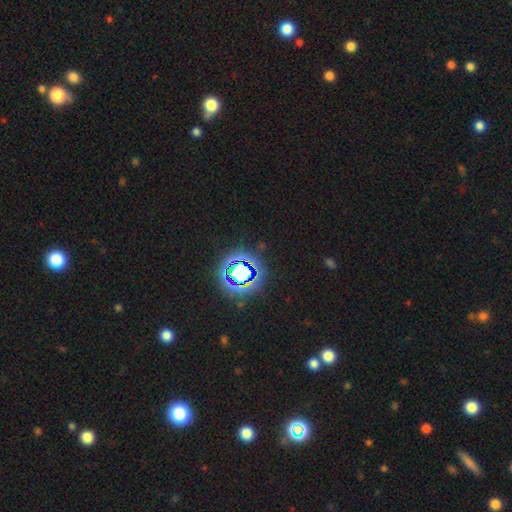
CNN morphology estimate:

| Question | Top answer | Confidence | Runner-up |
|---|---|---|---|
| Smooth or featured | star or artifact | 82% | smooth (12%) |